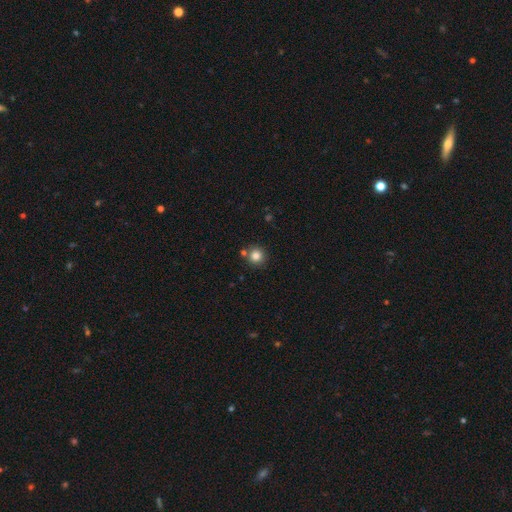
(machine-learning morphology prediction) A smooth galaxy with no disk features (83%) that is round (94%).

Vote fractions:
- Smooth or featured? smooth: 83% / star or artifact: 12% / featured or disk: 6%
- How rounded? round: 94% / in between: 5% / cigar-shaped: 1%
- Merging? none: 79% / merger: 10% / minor disturbance: 8% / major disturbance: 2%